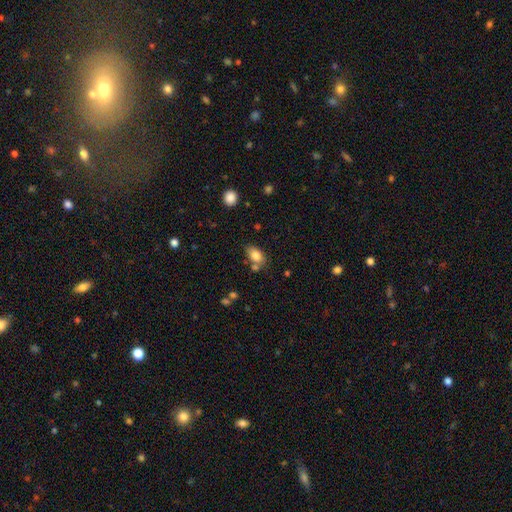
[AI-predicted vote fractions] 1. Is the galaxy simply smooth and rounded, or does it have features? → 81% smooth, 10% featured or disk, 9% star or artifact.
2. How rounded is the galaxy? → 85% in between, 13% round, 2% cigar-shaped.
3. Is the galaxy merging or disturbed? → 64% none, 17% minor disturbance, 15% merger, 4% major disturbance.